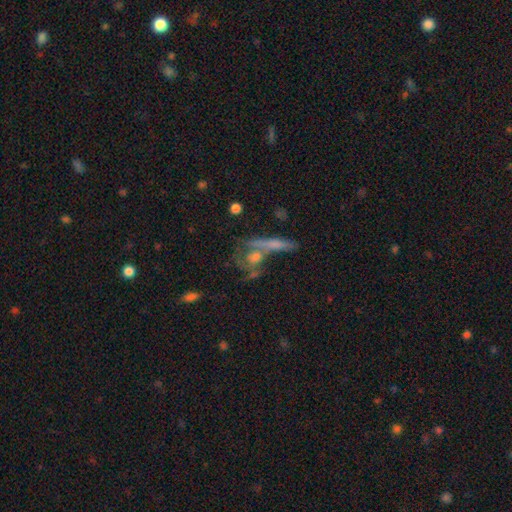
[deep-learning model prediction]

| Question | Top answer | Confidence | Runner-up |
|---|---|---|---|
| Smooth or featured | featured or disk | 51% | smooth (34%) |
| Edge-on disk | no | 54% | yes (46%) |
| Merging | none | 47% | merger (31%) |